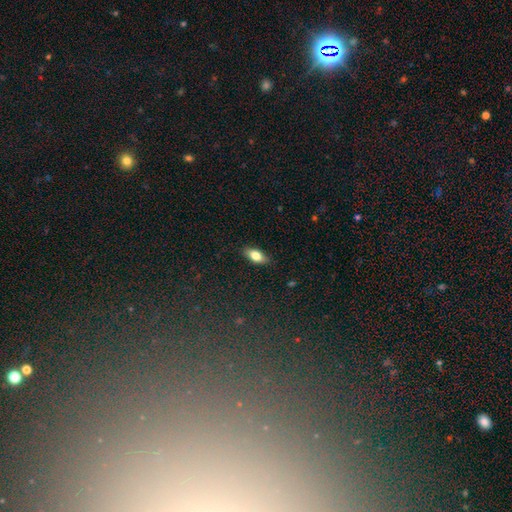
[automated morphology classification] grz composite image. It shows a smooth galaxy with no disk features (77%) that is in between round and cigar-shaped (85%). Merging: none (87%).